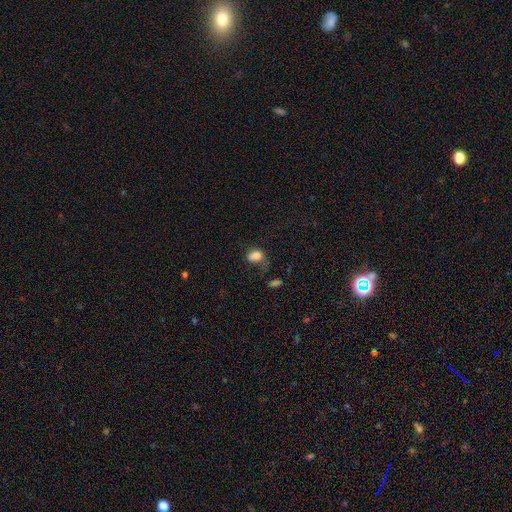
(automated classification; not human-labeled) Smooth or featured: smooth — 78% (star or artifact — 11%)
How rounded: in between — 74% (round — 25%)
Merging: none — 38% (major disturbance — 30%)